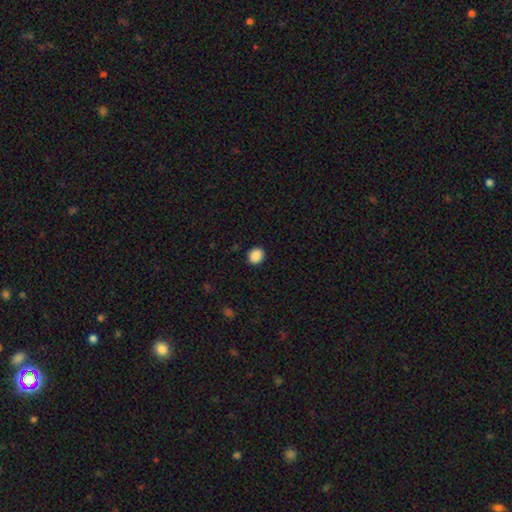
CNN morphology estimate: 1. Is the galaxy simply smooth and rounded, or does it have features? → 89% smooth, 9% star or artifact, 2% featured or disk.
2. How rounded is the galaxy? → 66% round, 33% in between, 1% cigar-shaped.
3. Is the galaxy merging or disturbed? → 90% none, 7% minor disturbance, 2% major disturbance, 1% merger.